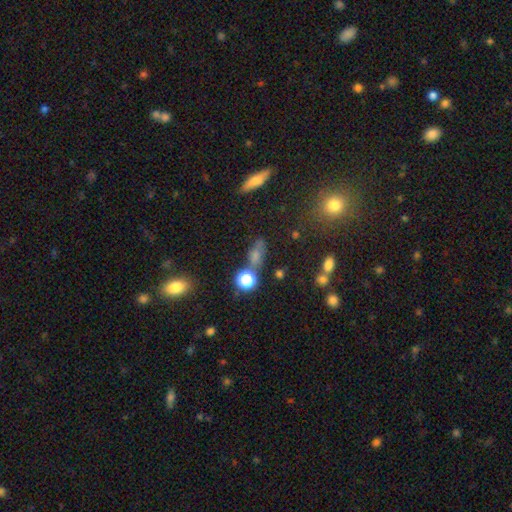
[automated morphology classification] A smooth galaxy with no disk features (60%) that is in between round and cigar-shaped (56%). Merging: none (57%).